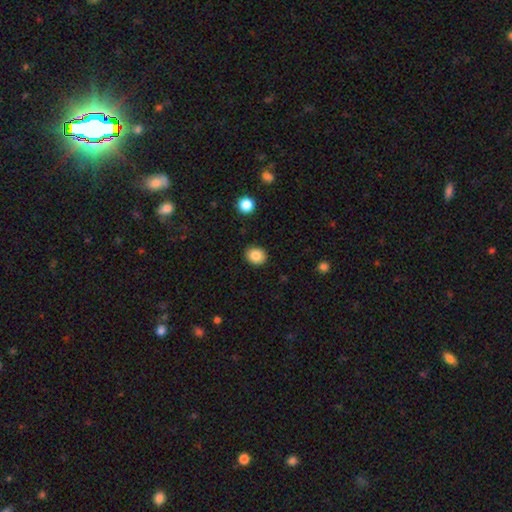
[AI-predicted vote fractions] Smooth or featured? smooth (86%)
How rounded? round (69%)
Merging? none (90%)